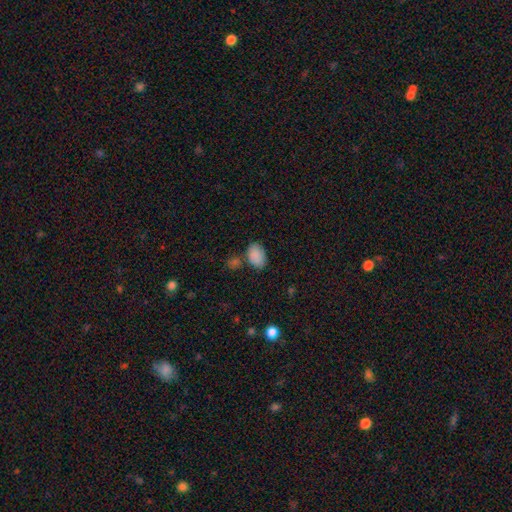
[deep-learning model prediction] smooth_or_featured: smooth (p=0.87) [alt: star or artifact p=0.08]
how_rounded: in between (p=0.90) [alt: round p=0.08]
merging: none (p=0.70) [alt: minor disturbance p=0.15]